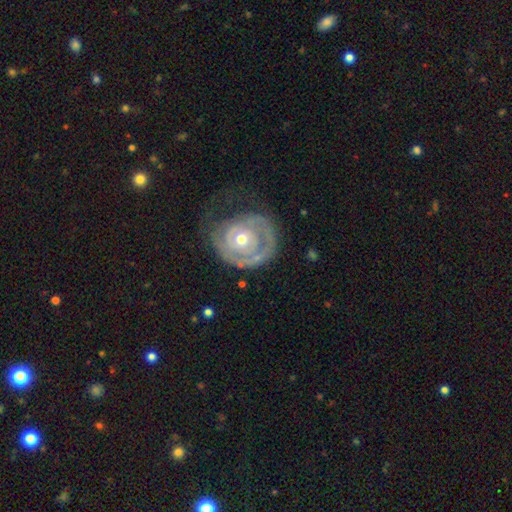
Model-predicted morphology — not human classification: Q: Smooth or featured?
A: featured or disk (78%); runner-up: smooth (16%)
Q: Edge-on disk?
A: no (97%); runner-up: yes (3%)
Q: Bar?
A: no (82%); runner-up: weak (15%)
Q: Spiral arms?
A: yes (78%); runner-up: no (22%)
Q: Spiral winding?
A: tight (74%); runner-up: medium (18%)
Q: Spiral arm count?
A: 1 (41%); runner-up: can't tell (28%)
Q: Bulge size?
A: moderate (56%); runner-up: small (39%)
Q: Merging?
A: none (53%); runner-up: minor disturbance (23%)